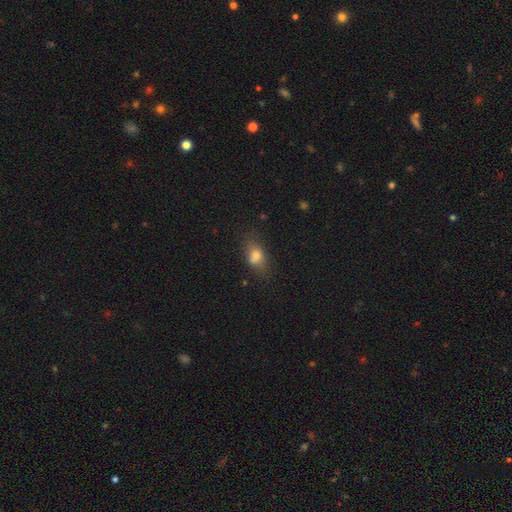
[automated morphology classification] smooth-or-featured: smooth: 74% | featured or disk: 14% | star or artifact: 11%
  how-rounded: in between: 74% | round: 22% | cigar-shaped: 4%
  merging: none: 62% | minor disturbance: 22% | merger: 8% | major disturbance: 7%